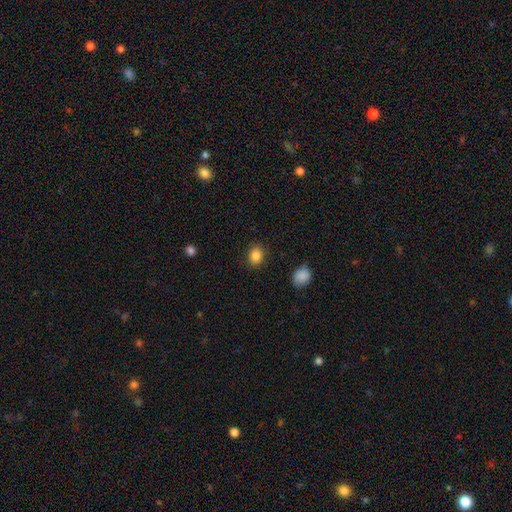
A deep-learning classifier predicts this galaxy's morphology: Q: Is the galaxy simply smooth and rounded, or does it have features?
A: smooth — 86%.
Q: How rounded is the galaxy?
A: round — 57%.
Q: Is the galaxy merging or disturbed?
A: none — 87%.